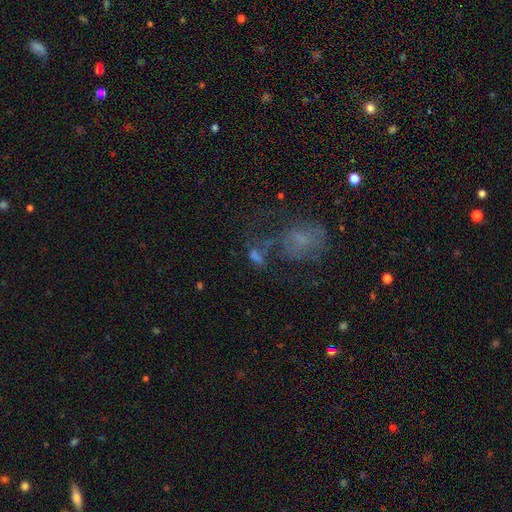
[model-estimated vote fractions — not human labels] Smooth or featured: smooth — 41% (featured or disk — 32%)
Merging: none — 37% (major disturbance — 25%)